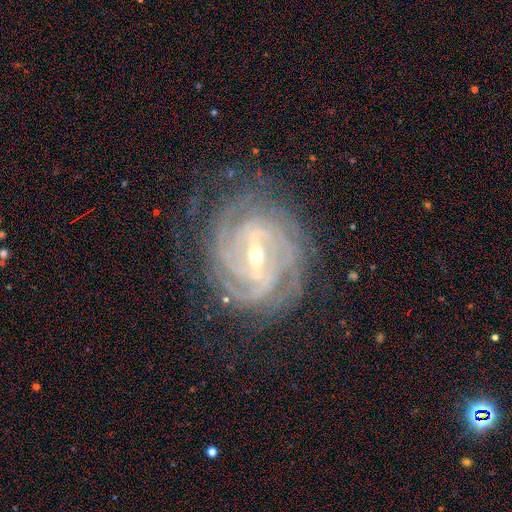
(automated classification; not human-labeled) Smooth or featured?
  - featured or disk: 92% *
  - star or artifact: 5%
  - smooth: 3%
Edge-on disk?
  - no: 96% *
  - yes: 4%
Bar?
  - strong: 61% *
  - weak: 32%
  - no: 7%
Spiral arms?
  - yes: 98% *
  - no: 2%
Spiral winding?
  - tight: 78% *
  - medium: 19%
  - loose: 3%
Spiral arm count?
  - 4: 33% *
  - 3: 20%
  - can't tell: 18%
  - more than 4: 12%
  - 2: 12%
  - 1: 6%
Bulge size?
  - small: 61% *
  - moderate: 36%
  - large: 1%
  - none: 1%
  - dominant: 1%
Merging?
  - none: 78% *
  - minor disturbance: 15%
  - major disturbance: 6%
  - merger: 1%